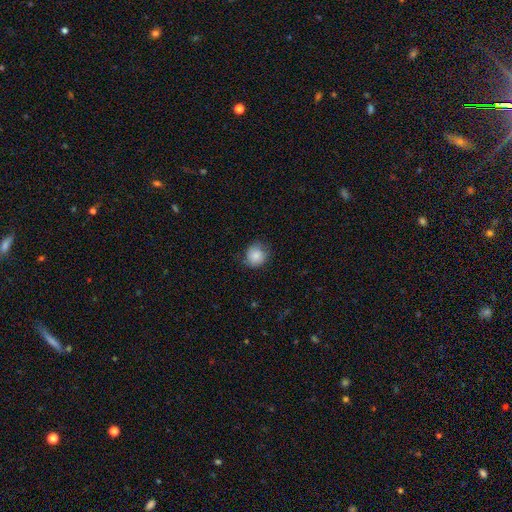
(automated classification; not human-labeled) Morphology: type=smooth (85%); roundness=round (85%); merging=none (75%).